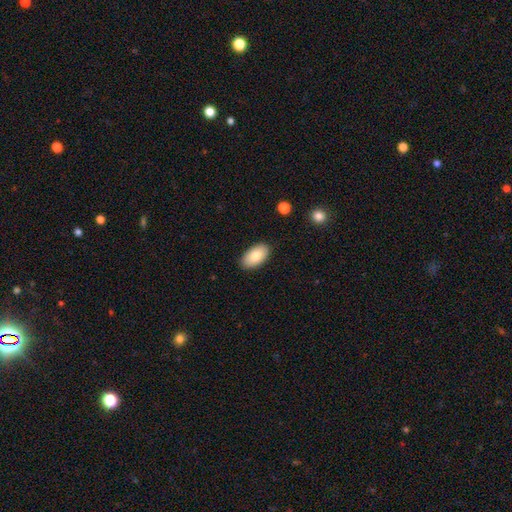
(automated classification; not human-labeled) Smooth or featured?
  - smooth: 83% *
  - featured or disk: 10%
  - star or artifact: 6%
How rounded?
  - in between: 95% *
  - round: 3%
  - cigar-shaped: 1%
Merging?
  - none: 87% *
  - minor disturbance: 10%
  - major disturbance: 2%
  - merger: 1%